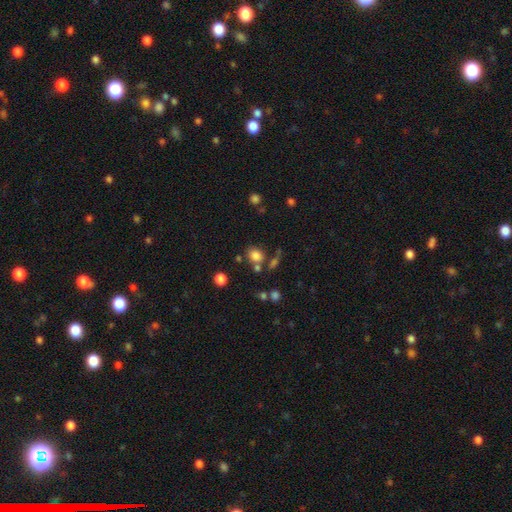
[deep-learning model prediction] Smooth or featured?
  - smooth: 80% *
  - star or artifact: 13%
  - featured or disk: 7%
How rounded?
  - round: 54% *
  - in between: 45%
  - cigar-shaped: 1%
Merging?
  - none: 64% *
  - merger: 18%
  - minor disturbance: 13%
  - major disturbance: 6%